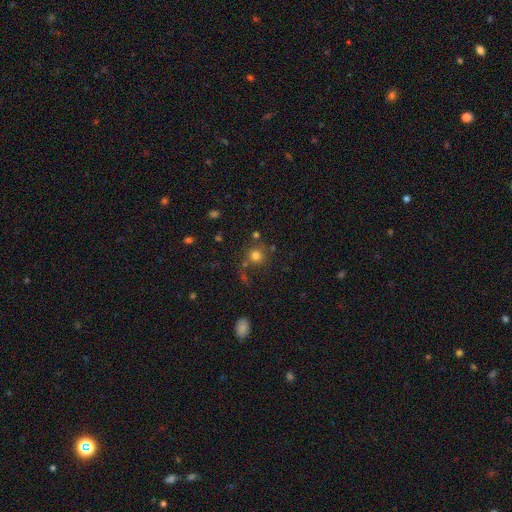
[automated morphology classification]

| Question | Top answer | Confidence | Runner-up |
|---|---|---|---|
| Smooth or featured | smooth | 76% | star or artifact (16%) |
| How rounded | round | 90% | in between (9%) |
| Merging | none | 74% | minor disturbance (11%) |